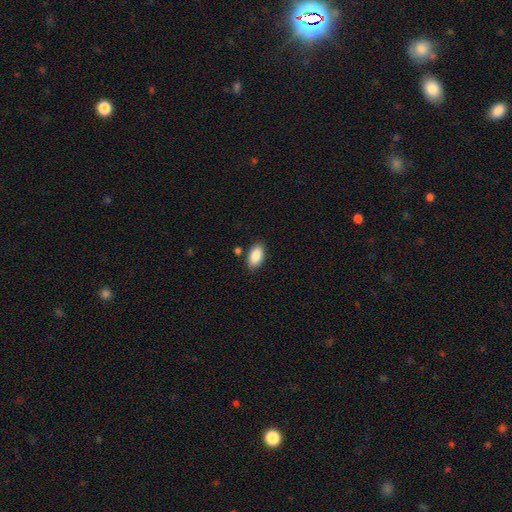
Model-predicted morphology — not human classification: smooth_or_featured: smooth (p=0.88) [alt: star or artifact p=0.07]
how_rounded: in between (p=0.94) [alt: round p=0.03]
merging: none (p=0.84) [alt: minor disturbance p=0.10]